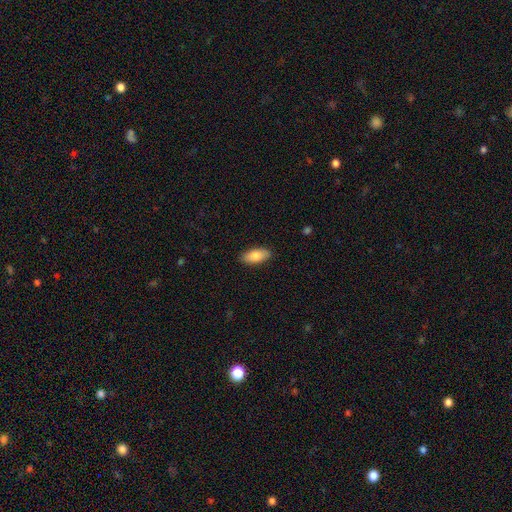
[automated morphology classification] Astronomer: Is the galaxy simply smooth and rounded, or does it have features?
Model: smooth — 83%.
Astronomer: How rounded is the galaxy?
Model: in between — 88%.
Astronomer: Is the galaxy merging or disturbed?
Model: none — 89%.